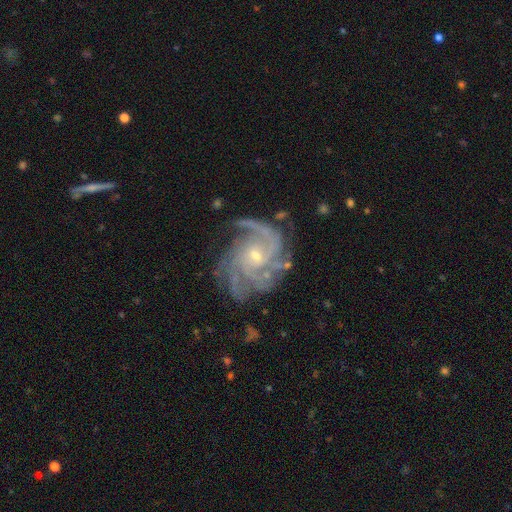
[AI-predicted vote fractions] A featured or disk galaxy (91%) with no bar (68%), 4 (28%) tight (57%) spiral arms (98%) and a small central bulge (68%).

Vote fractions:
- Smooth or featured? featured or disk: 91% / star or artifact: 6% / smooth: 3%
- Edge-on disk? no: 98% / yes: 2%
- Bar? no: 68% / weak: 26% / strong: 6%
- Spiral arms? yes: 98% / no: 2%
- Spiral winding? tight: 57% / medium: 36% / loose: 7%
- Spiral arm count? 4: 28% / 3: 21% / more than 4: 16% / can't tell: 16% / 2: 11% / 1: 8%
- Bulge size? small: 68% / moderate: 28% / none: 1% / large: 1% / dominant: 1%
- Merging? none: 70% / minor disturbance: 18% / major disturbance: 10% / merger: 2%